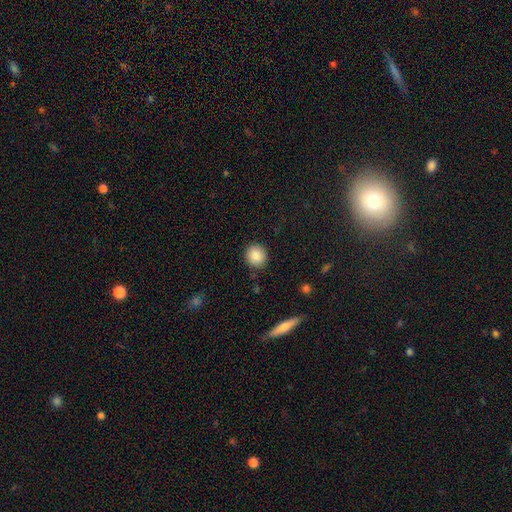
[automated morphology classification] Smooth or featured: smooth — 86% (star or artifact — 9%)
How rounded: round — 90% (in between — 9%)
Merging: none — 90% (minor disturbance — 7%)